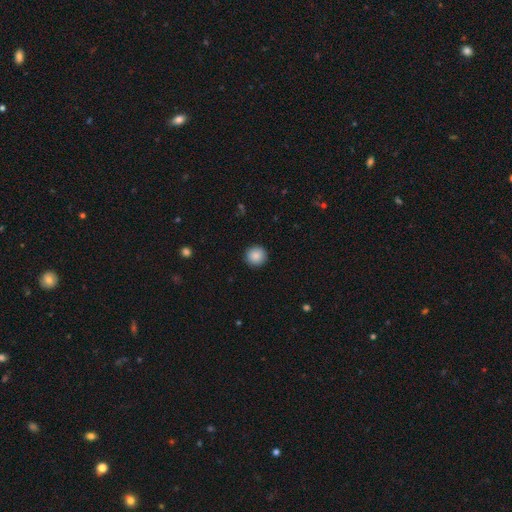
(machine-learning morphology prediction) This appears to be a smooth galaxy with no disk features (88%) that is round (95%). Merging: none (93%).